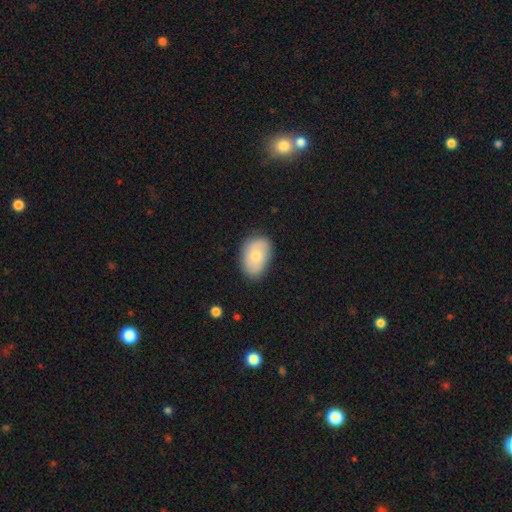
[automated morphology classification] Q: Smooth or featured?
A: smooth (67%); runner-up: featured or disk (27%)
Q: How rounded?
A: in between (84%); runner-up: round (15%)
Q: Merging?
A: none (80%); runner-up: minor disturbance (15%)